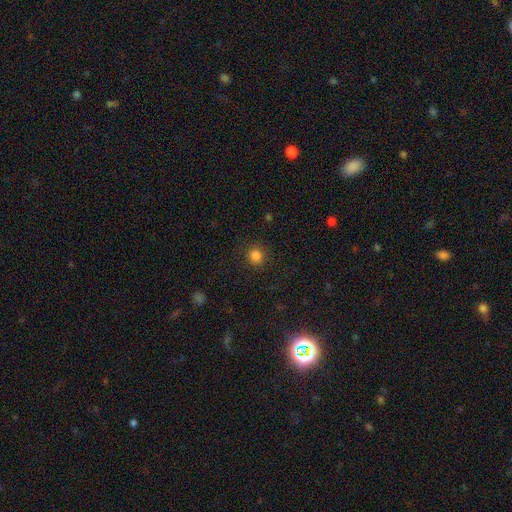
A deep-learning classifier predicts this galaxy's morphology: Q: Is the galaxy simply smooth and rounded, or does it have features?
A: smooth — 83%.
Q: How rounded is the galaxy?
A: round — 93%.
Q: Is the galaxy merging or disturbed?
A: none — 90%.